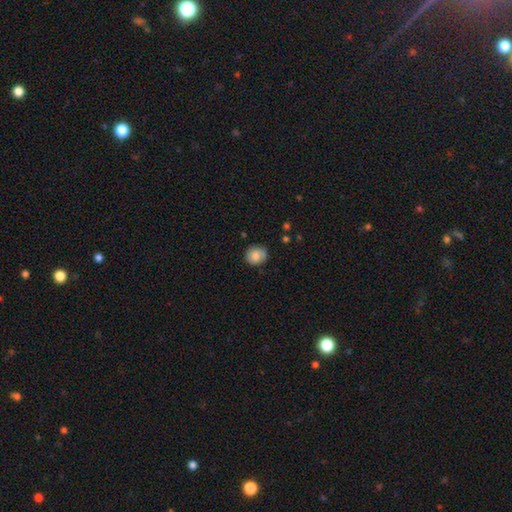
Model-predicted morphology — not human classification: Smooth or featured?
  - smooth: 79% *
  - featured or disk: 13%
  - star or artifact: 8%
How rounded?
  - round: 85% *
  - in between: 14%
  - cigar-shaped: 1%
Merging?
  - none: 78% *
  - minor disturbance: 17%
  - major disturbance: 4%
  - merger: 2%